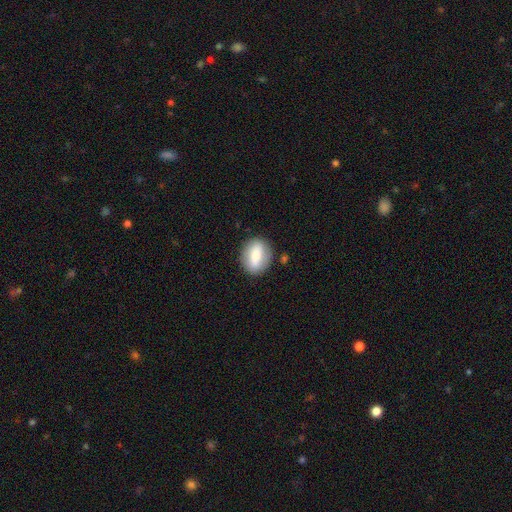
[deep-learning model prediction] Overall: smooth (68%). How rounded: in between (67%; round 31%). Merging: none (82%).